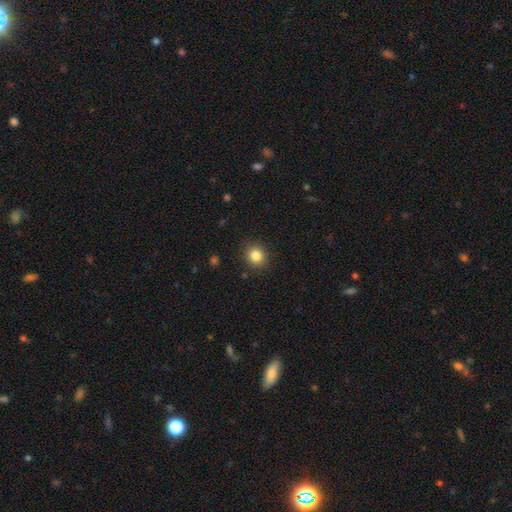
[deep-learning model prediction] This is clearly a smooth galaxy (84%). How rounded: clearly round (83%). Merging: clearly none (89%).